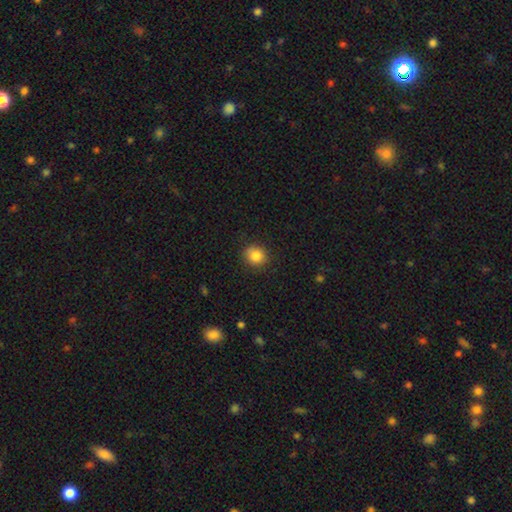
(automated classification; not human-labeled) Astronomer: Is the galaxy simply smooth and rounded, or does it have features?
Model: smooth — 84%.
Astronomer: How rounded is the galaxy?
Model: round — 81%.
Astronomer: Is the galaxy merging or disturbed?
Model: none — 87%.